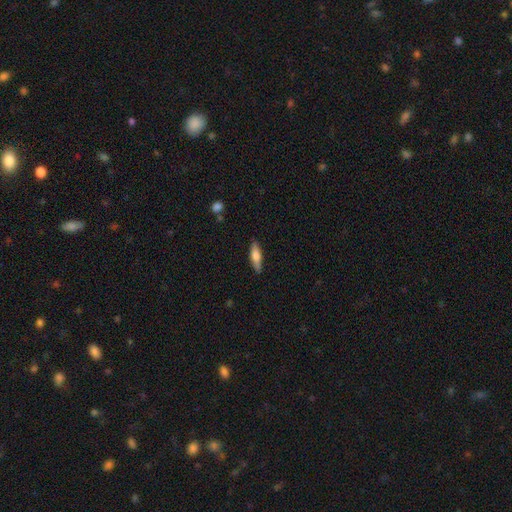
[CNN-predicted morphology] Smooth or featured? smooth (68%)
How rounded? cigar-shaped (59%)
Merging? none (86%)